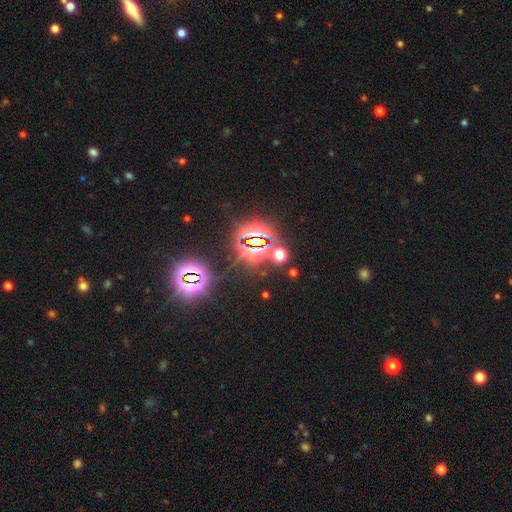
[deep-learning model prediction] Smooth or featured? Predicted: star or artifact (p=0.82).